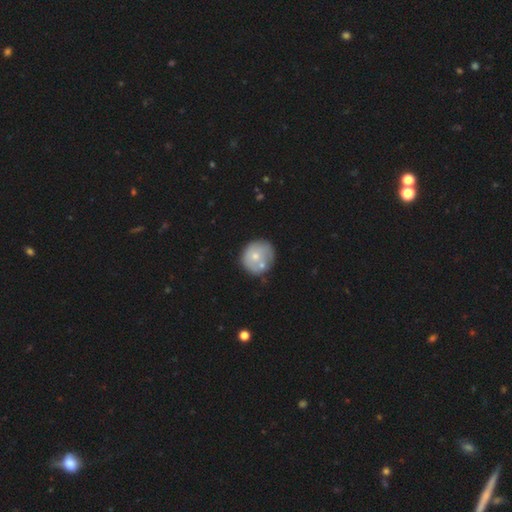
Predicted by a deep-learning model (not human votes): Overall: smooth (59%; featured or disk 34%). How rounded: round (86%). Merging: none (56%; merger 20%).